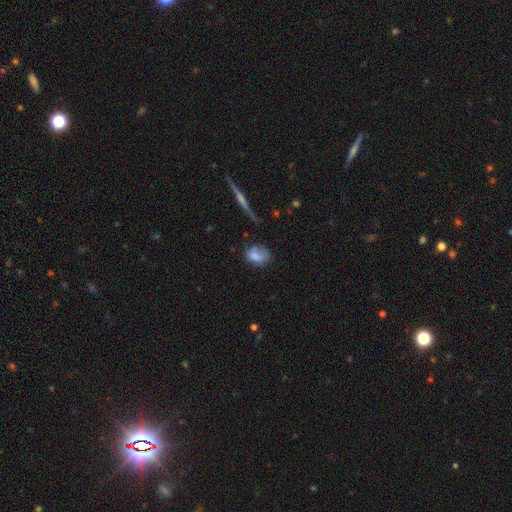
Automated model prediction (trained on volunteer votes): This appears to be a smooth galaxy with no disk features (73%) that is in between round and cigar-shaped (69%). Merging: none (49%).